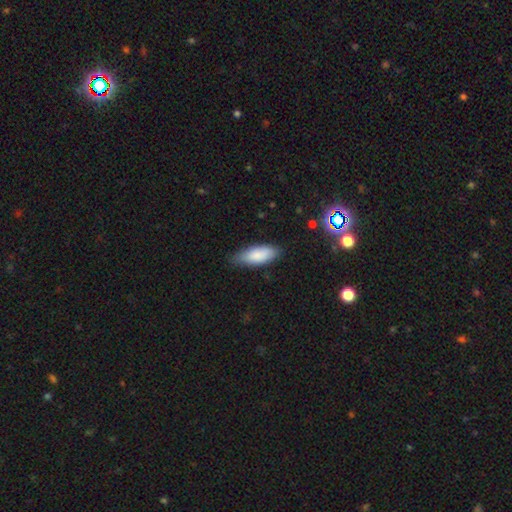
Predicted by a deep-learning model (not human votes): Smooth or featured? smooth (84%)
How rounded? in between (76%)
Merging? none (76%)